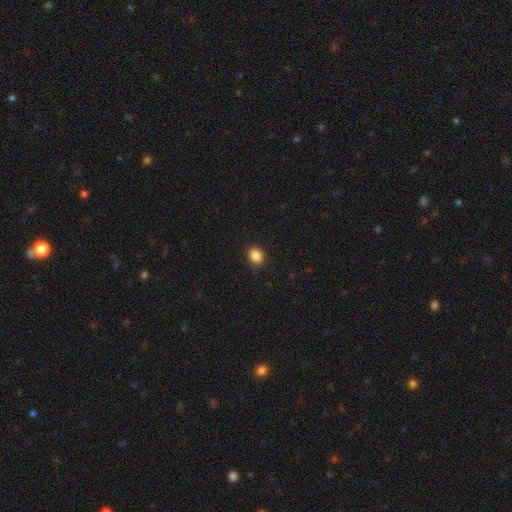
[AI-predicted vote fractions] Morphology: type=smooth (87%); roundness=round (63%); merging=none (86%).